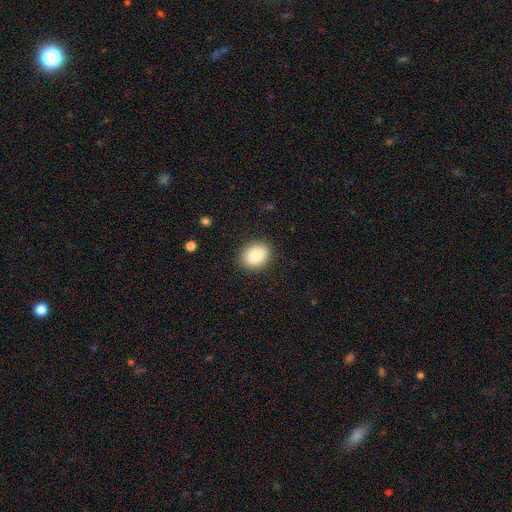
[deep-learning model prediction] smooth_or_featured: smooth (p=0.85) [alt: star or artifact p=0.08]
how_rounded: round (p=0.51) [alt: in between p=0.48]
merging: none (p=0.88) [alt: minor disturbance p=0.08]